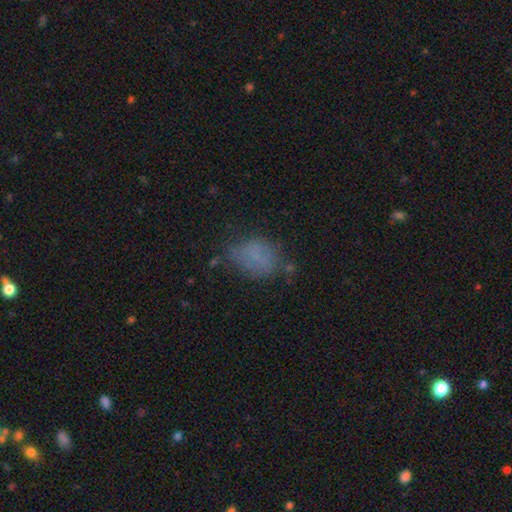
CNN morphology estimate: Overall: smooth (67%). How rounded: in between (74%). Merging: none (56%; minor disturbance 26%).